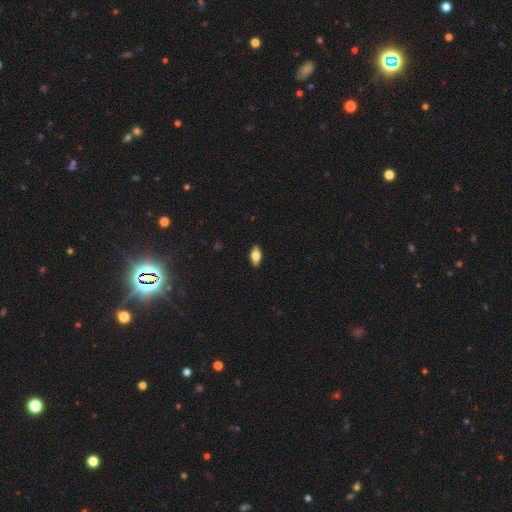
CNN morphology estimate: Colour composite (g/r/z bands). It shows a smooth galaxy with no disk features (74%) that is in between round and cigar-shaped (88%). Merging: none (90%).